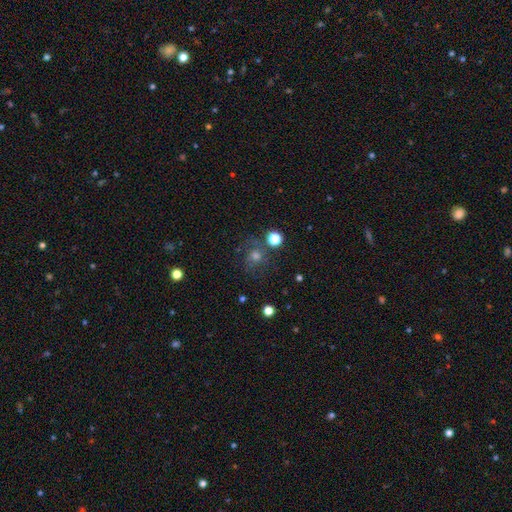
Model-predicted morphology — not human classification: A smooth galaxy with no disk features (42%).

Vote fractions:
- Smooth or featured? smooth: 42% / star or artifact: 33% / featured or disk: 25%
- Merging? none: 70% / minor disturbance: 14% / major disturbance: 10% / merger: 6%